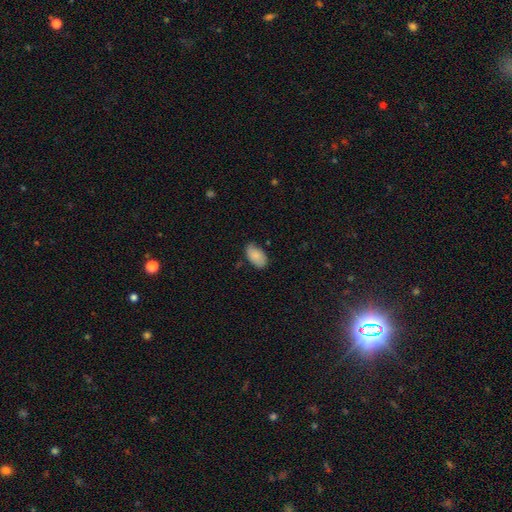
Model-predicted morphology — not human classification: Smooth or featured? smooth (85%)
How rounded? in between (95%)
Merging? none (70%)